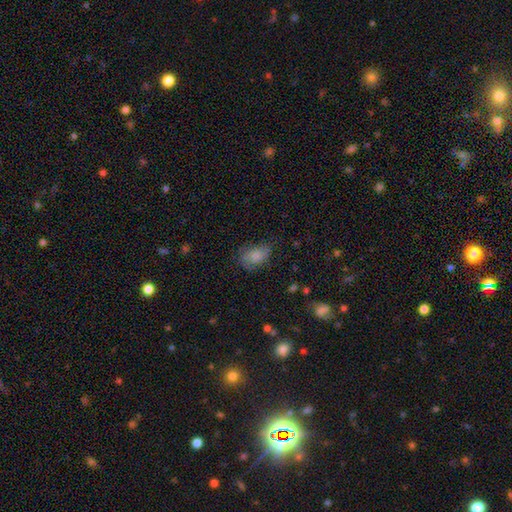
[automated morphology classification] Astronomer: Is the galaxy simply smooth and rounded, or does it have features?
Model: smooth — 77%.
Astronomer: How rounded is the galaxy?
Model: in between — 88%.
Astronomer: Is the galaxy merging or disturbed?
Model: none — 60%.